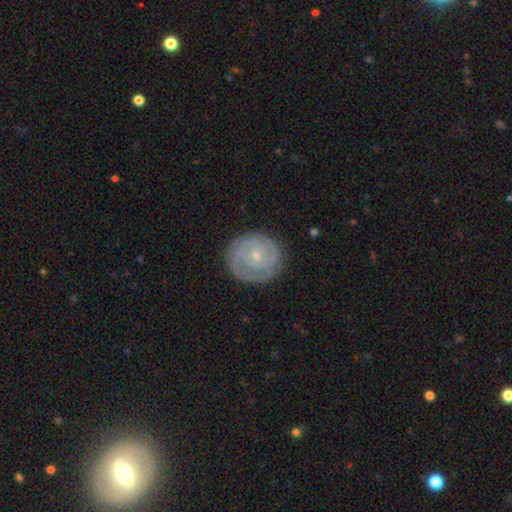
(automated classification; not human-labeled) Smooth or featured? Predicted: featured or disk (p=0.76). Edge-on disk? Predicted: no (p=0.98). Bar? Predicted: no (p=0.74). Spiral arms? Predicted: yes (p=0.90). Spiral winding? Predicted: tight (p=0.76). Spiral arm count? Predicted: 2 (p=0.47). Bulge size? Predicted: small (p=0.79). Merging? Predicted: none (p=0.85).